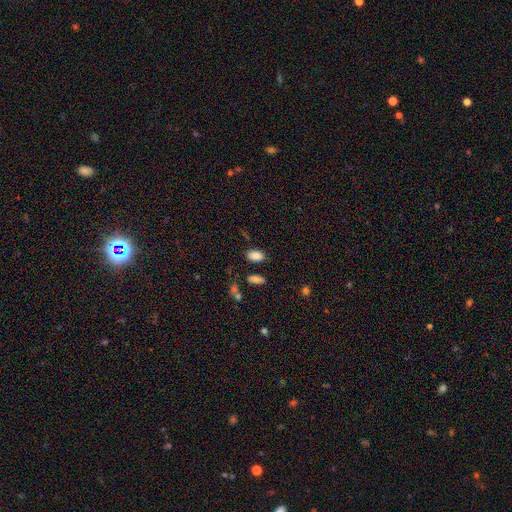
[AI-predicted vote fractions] A smooth galaxy with no disk features (86%) that is in between round and cigar-shaped (92%).

Vote fractions:
- Smooth or featured? smooth: 86% / star or artifact: 9% / featured or disk: 5%
- How rounded? in between: 92% / round: 6% / cigar-shaped: 2%
- Merging? none: 80% / minor disturbance: 12% / merger: 4% / major disturbance: 3%